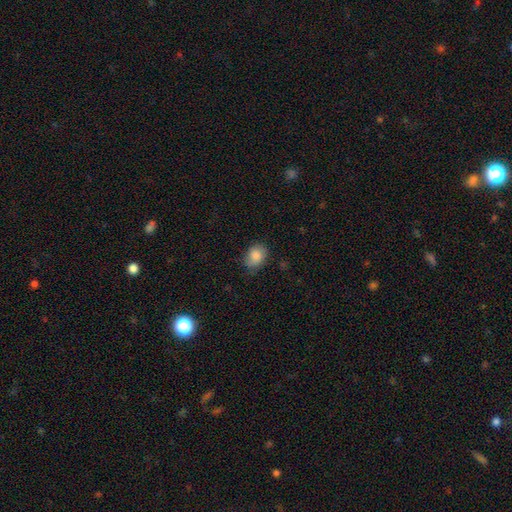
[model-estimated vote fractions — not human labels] A smooth galaxy with no disk features (85%) that is in between round and cigar-shaped (64%). Merging: none (74%).